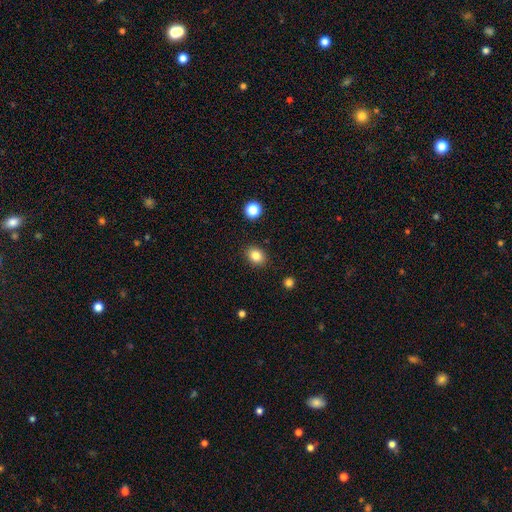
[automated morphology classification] Smooth or featured? Predicted: smooth (p=0.84). How rounded? Predicted: in between (p=0.56). Merging? Predicted: none (p=0.88).